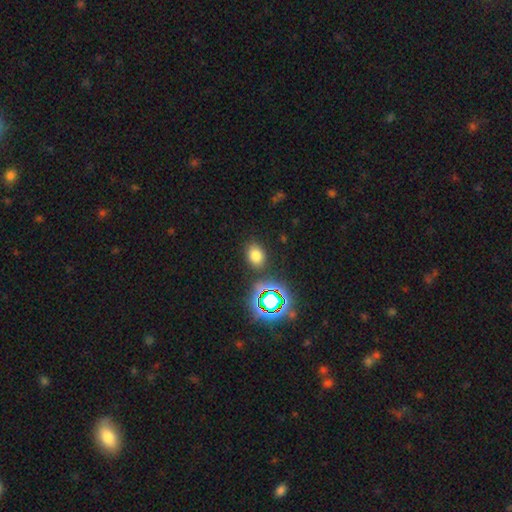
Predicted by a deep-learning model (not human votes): smooth_or_featured: smooth (p=0.72) [alt: star or artifact p=0.21]
how_rounded: in between (p=0.65) [alt: round p=0.33]
merging: none (p=0.83) [alt: minor disturbance p=0.10]